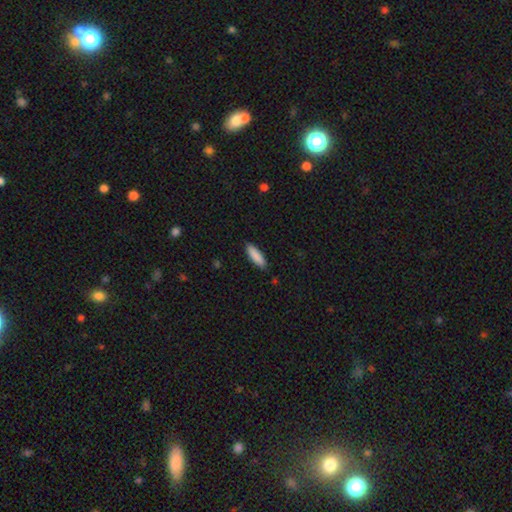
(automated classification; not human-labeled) Smooth or featured?
  - smooth: 89% *
  - star or artifact: 6%
  - featured or disk: 5%
How rounded?
  - cigar-shaped: 51% *
  - in between: 47%
  - round: 1%
Merging?
  - none: 88% *
  - minor disturbance: 9%
  - major disturbance: 2%
  - merger: 1%